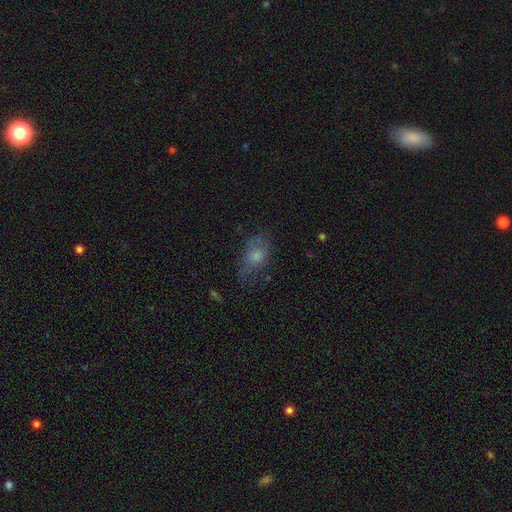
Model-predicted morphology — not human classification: smooth-or-featured: smooth: 55% | featured or disk: 29% | star or artifact: 16%
  how-rounded: in between: 75% | round: 21% | cigar-shaped: 4%
  merging: none: 55% | minor disturbance: 25% | major disturbance: 18% | merger: 2%